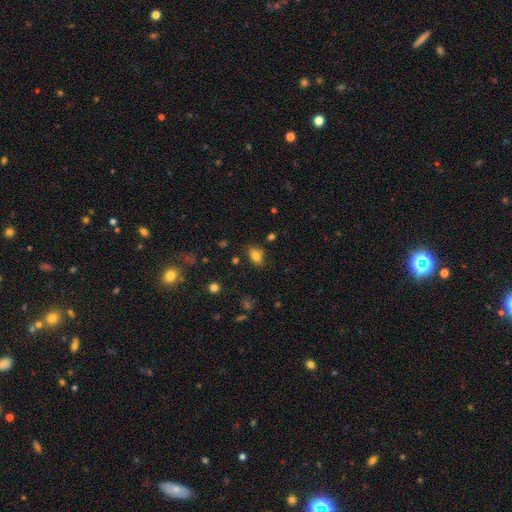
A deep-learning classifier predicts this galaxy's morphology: This appears to be a smooth galaxy with no disk features (80%) that is in between round and cigar-shaped (81%). Merging: none (77%).